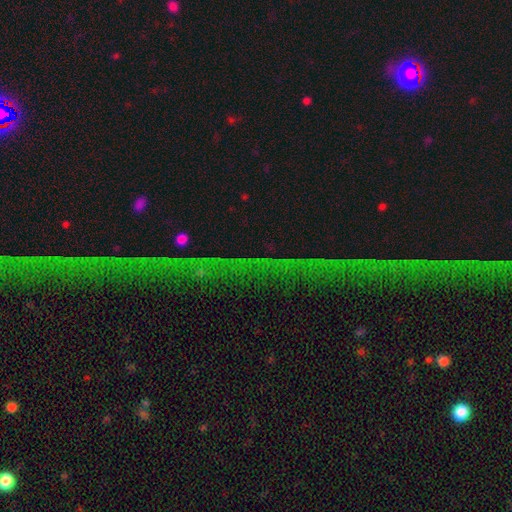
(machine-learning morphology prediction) This is likely a star or artifact rather than a galaxy (72%).